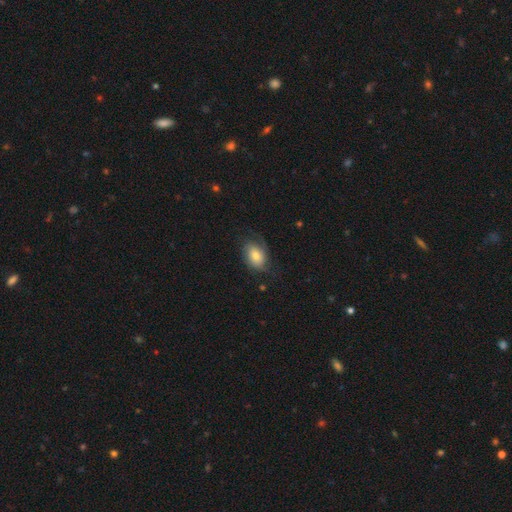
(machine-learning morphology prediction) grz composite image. It shows a smooth galaxy with no disk features (58%) that is in between round and cigar-shaped (81%). Merging: none (58%).